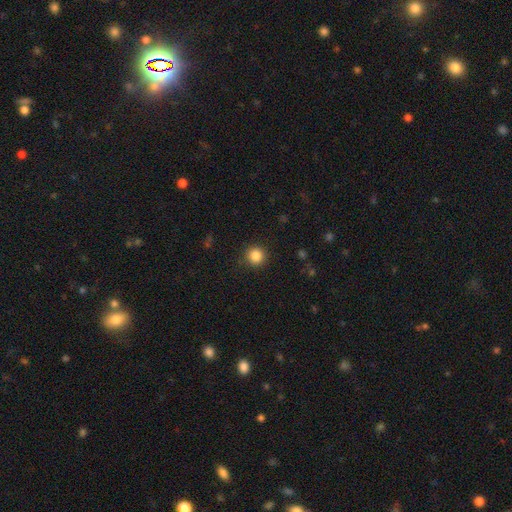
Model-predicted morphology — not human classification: type=smooth (85%); roundness=round (95%); merging=none (91%).